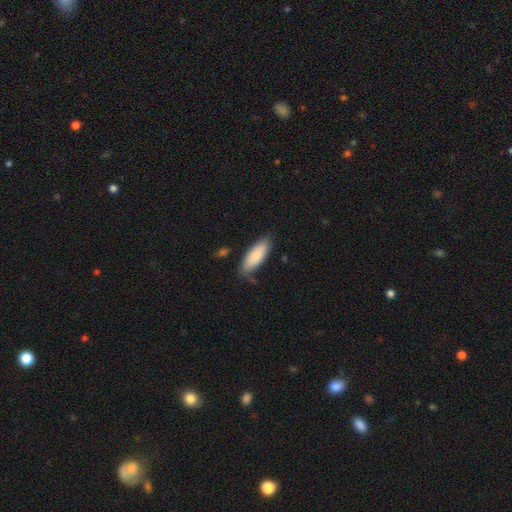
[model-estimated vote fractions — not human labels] Smooth or featured: smooth — 83% (featured or disk — 11%)
How rounded: in between — 70% (cigar-shaped — 29%)
Merging: none — 75% (minor disturbance — 19%)